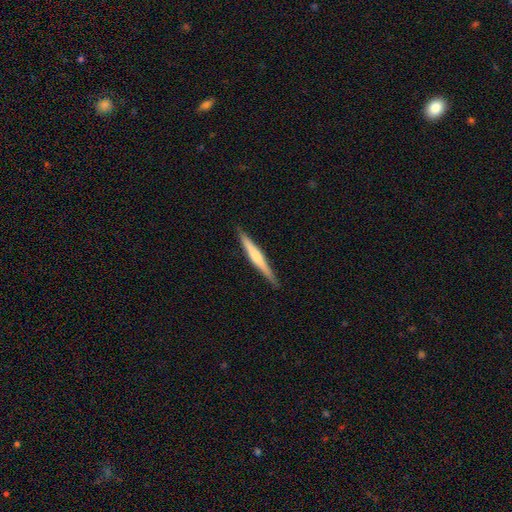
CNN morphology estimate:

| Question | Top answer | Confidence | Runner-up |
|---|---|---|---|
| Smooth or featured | featured or disk | 54% | smooth (41%) |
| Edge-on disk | yes | 98% | no (2%) |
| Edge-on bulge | rounded | 48% | none (37%) |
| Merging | none | 90% | minor disturbance (8%) |